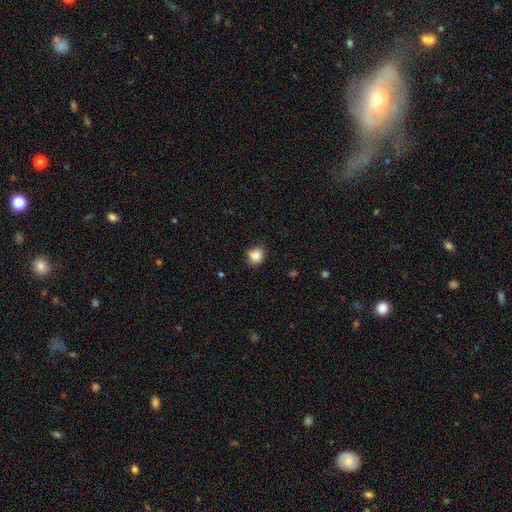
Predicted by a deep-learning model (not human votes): This is clearly a smooth galaxy (86%). How rounded: likely round (73%). Merging: likely none (79%).